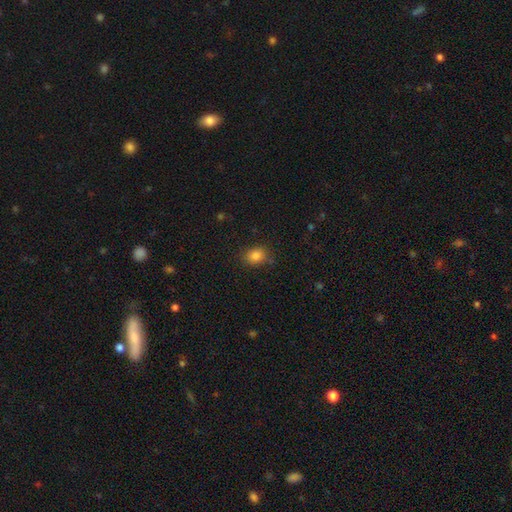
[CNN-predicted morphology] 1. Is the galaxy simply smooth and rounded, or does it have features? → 84% smooth, 11% star or artifact, 5% featured or disk.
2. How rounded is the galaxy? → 55% round, 44% in between, 1% cigar-shaped.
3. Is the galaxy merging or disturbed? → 80% none, 15% minor disturbance, 4% major disturbance, 2% merger.